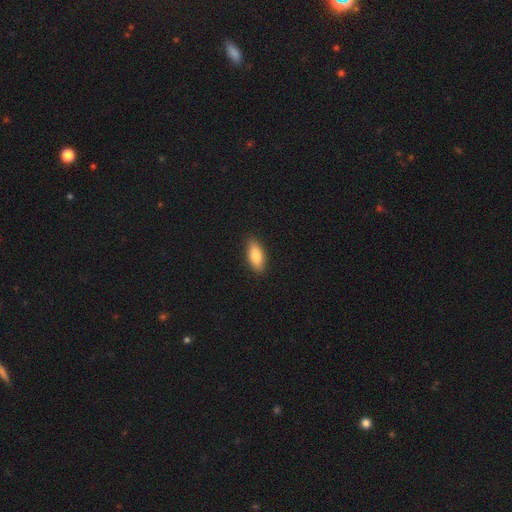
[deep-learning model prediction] Smooth or featured? Predicted: smooth (p=0.84). How rounded? Predicted: in between (p=0.82). Merging? Predicted: none (p=0.88).